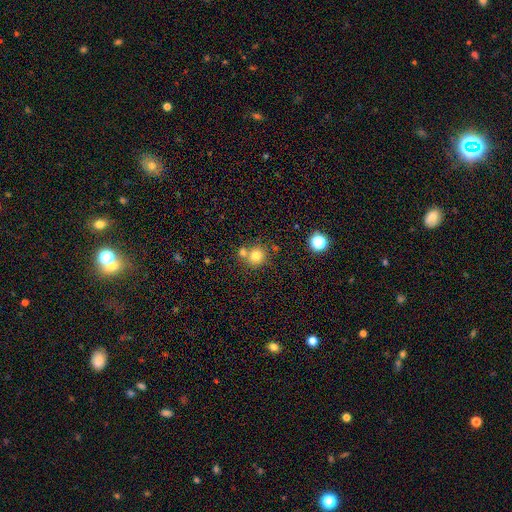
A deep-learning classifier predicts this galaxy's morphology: smooth_or_featured: smooth (p=0.78) [alt: star or artifact p=0.13]
how_rounded: round (p=0.88) [alt: in between p=0.11]
merging: none (p=0.61) [alt: merger p=0.28]